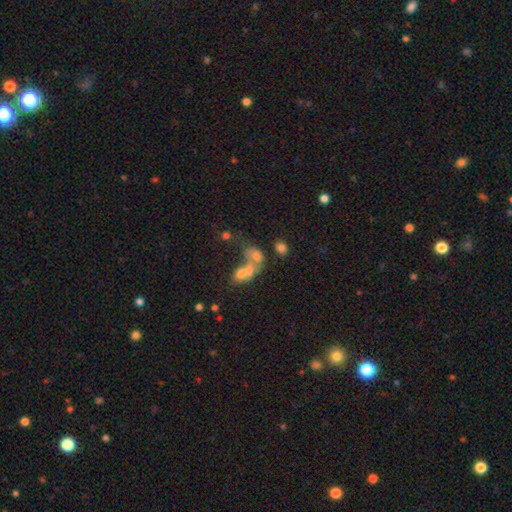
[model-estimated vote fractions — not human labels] Overall: smooth (59%; featured or disk 27%). How rounded: in between (71%). Merging: merger (62%).